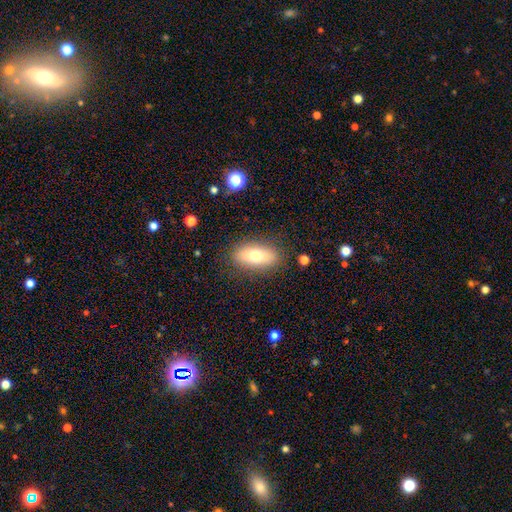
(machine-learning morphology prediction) Q: Smooth or featured?
A: smooth (72%); runner-up: featured or disk (20%)
Q: How rounded?
A: in between (84%); runner-up: cigar-shaped (11%)
Q: Merging?
A: none (85%); runner-up: minor disturbance (11%)